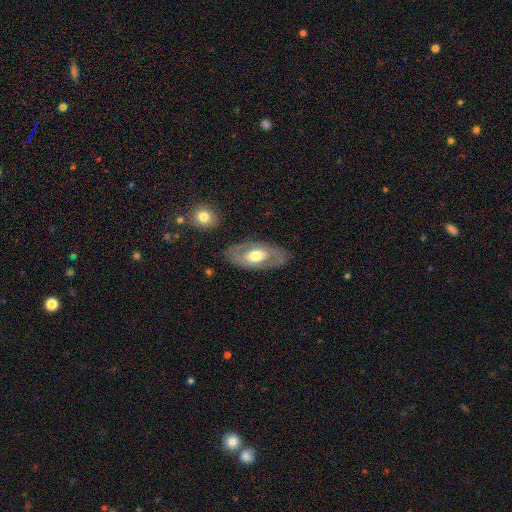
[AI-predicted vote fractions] A featured or disk galaxy (59%) with no bar (67%), no spiral arms (62%) and a moderate central bulge (66%).

Vote fractions:
- Smooth or featured? featured or disk: 59% / smooth: 36% / star or artifact: 5%
- Edge-on disk? no: 88% / yes: 12%
- Bar? no: 67% / weak: 23% / strong: 10%
- Spiral arms? no: 62% / yes: 38%
- Bulge size? moderate: 66% / large: 22% / small: 10% / dominant: 2% / none: 1%
- Merging? none: 81% / minor disturbance: 13% / major disturbance: 5% / merger: 2%